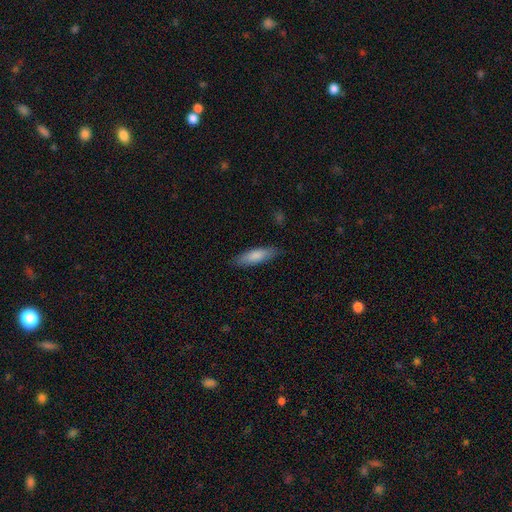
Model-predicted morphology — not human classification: This is clearly a smooth galaxy (82%). How rounded: possibly cigar-shaped (60%). Merging: clearly none (87%).